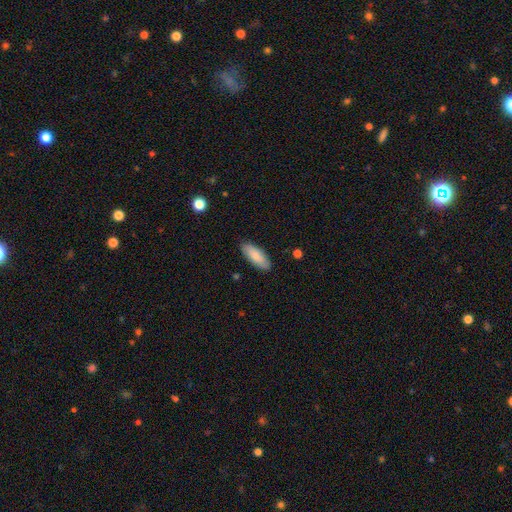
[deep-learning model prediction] Smooth or featured? Predicted: smooth (p=0.82). How rounded? Predicted: in between (p=0.74). Merging? Predicted: none (p=0.86).